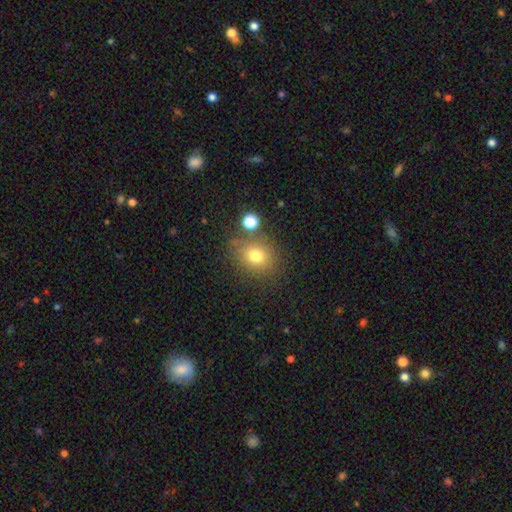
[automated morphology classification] smooth 74%, star or artifact 15%, featured or disk 11%. Down the decision tree: how rounded — round (71%); merging — none (72%).